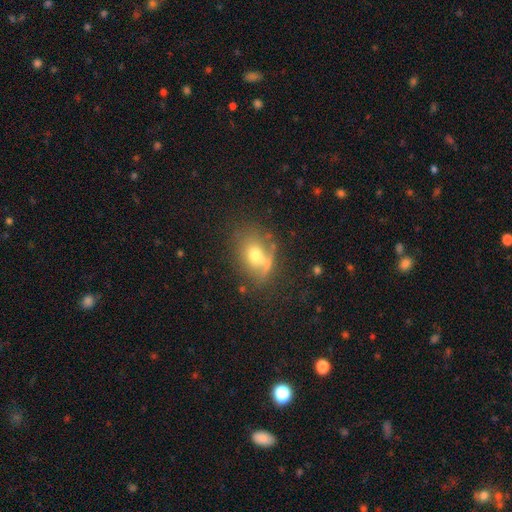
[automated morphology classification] Smooth or featured? smooth (59%)
How rounded? in between (57%)
Merging? none (46%)